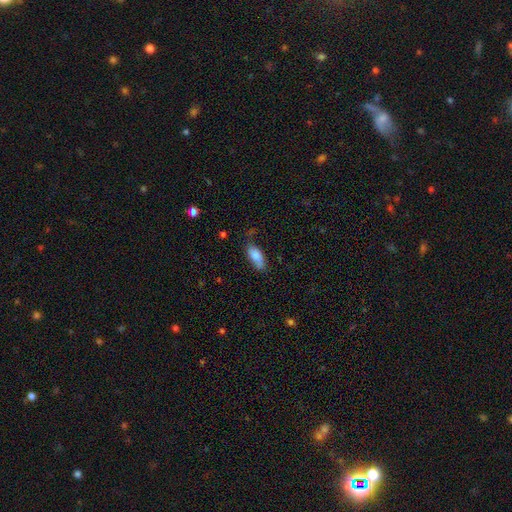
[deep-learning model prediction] Smooth or featured? Predicted: smooth (p=0.82). How rounded? Predicted: in between (p=0.83). Merging? Predicted: none (p=0.59).